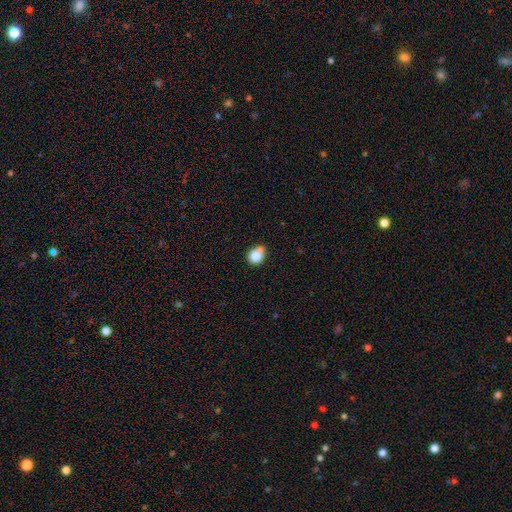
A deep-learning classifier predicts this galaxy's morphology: Smooth or featured? Predicted: smooth (p=0.81). How rounded? Predicted: round (p=0.65). Merging? Predicted: none (p=0.53).